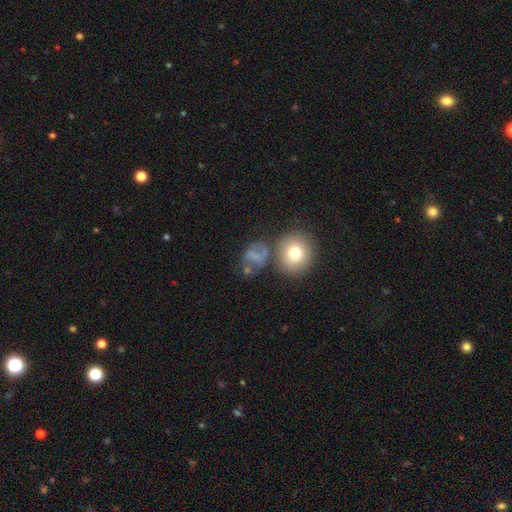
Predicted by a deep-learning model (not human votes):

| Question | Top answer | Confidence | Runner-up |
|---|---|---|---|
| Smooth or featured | smooth | 58% | featured or disk (27%) |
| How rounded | in between | 52% | round (46%) |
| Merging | none | 45% | minor disturbance (20%) |